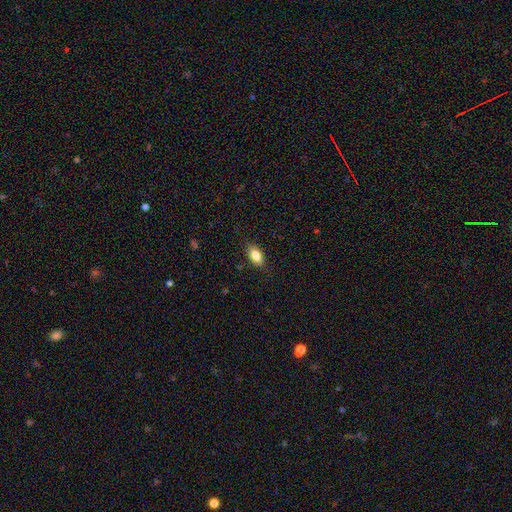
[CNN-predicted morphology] A smooth galaxy with no disk features (84%) that is in between round and cigar-shaped (89%).

Vote fractions:
- Smooth or featured? smooth: 84% / featured or disk: 9% / star or artifact: 8%
- How rounded? in between: 89% / round: 5% / cigar-shaped: 5%
- Merging? none: 85% / minor disturbance: 11% / major disturbance: 3% / merger: 1%